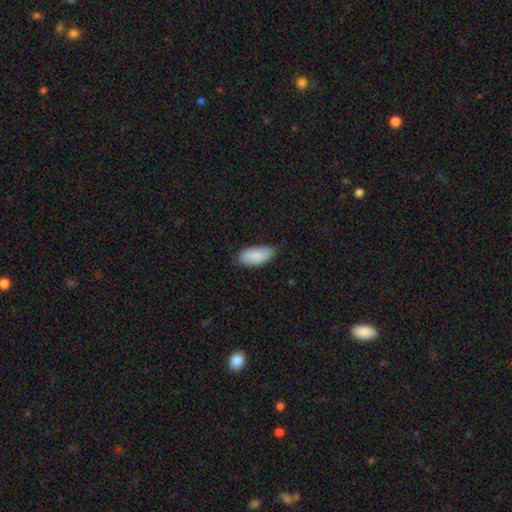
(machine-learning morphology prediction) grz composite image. It shows a smooth galaxy with no disk features (86%) that is in between round and cigar-shaped (93%). Merging: none (71%).